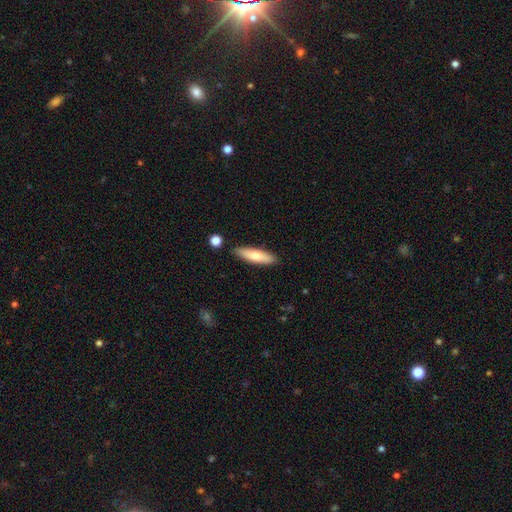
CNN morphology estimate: Smooth or featured? smooth (72%)
How rounded? cigar-shaped (68%)
Merging? none (87%)